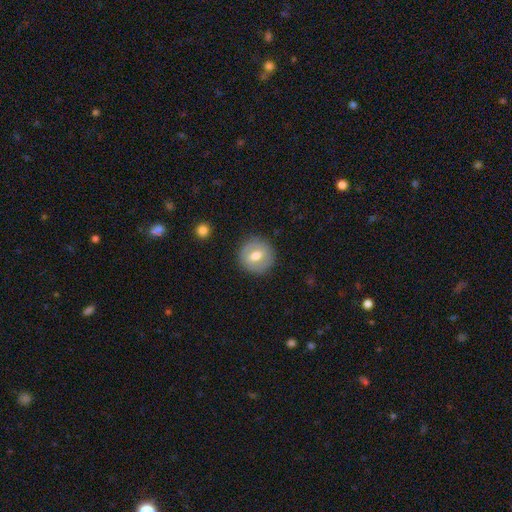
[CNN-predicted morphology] This appears to be a smooth galaxy with no disk features (60%) that is round (89%). Merging: none (86%).